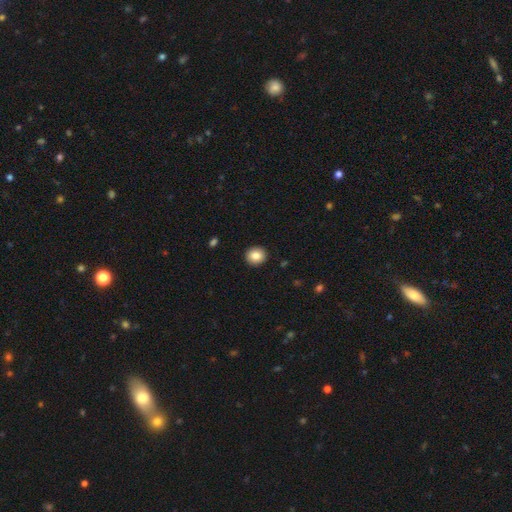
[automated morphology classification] smooth 85%, star or artifact 9%, featured or disk 6%. Down the decision tree: how rounded — round (80%); merging — none (92%).